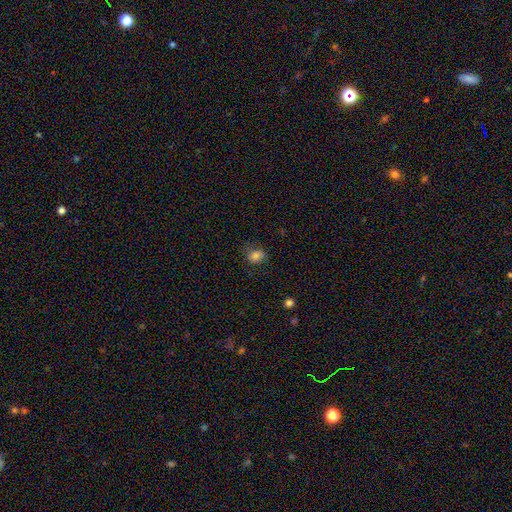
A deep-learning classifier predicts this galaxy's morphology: type=smooth (80%); roundness=round (54%); merging=none (76%).